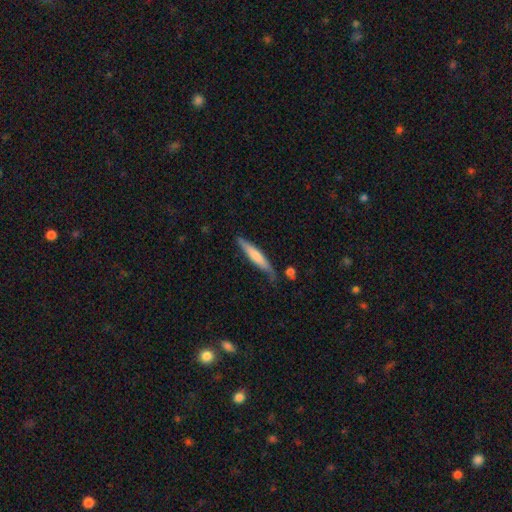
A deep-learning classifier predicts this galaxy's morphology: smooth-or-featured: smooth: 63% | featured or disk: 32% | star or artifact: 5%
  how-rounded: cigar-shaped: 91% | in between: 8% | round: 1%
  merging: none: 66% | minor disturbance: 25% | major disturbance: 6% | merger: 3%